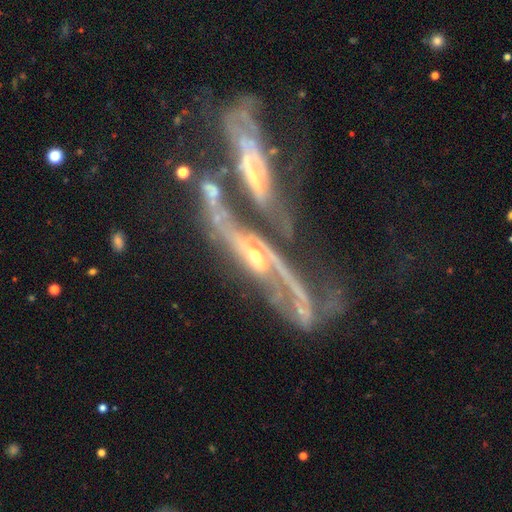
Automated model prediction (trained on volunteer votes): smooth_or_featured: featured or disk (p=0.79) [alt: smooth p=0.11]
disk_edge_on: no (p=0.70) [alt: yes p=0.30]
bar: no (p=0.54) [alt: weak p=0.26]
has_spiral_arms: yes (p=0.72) [alt: no p=0.28]
bulge_size: moderate (p=0.45) [alt: small p=0.42]
merging: merger (p=0.51) [alt: major disturbance p=0.22]